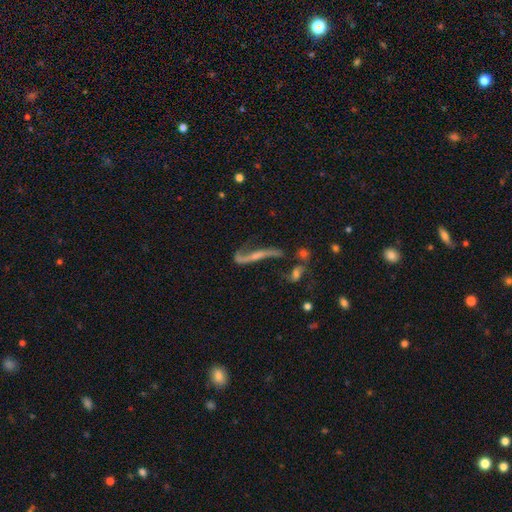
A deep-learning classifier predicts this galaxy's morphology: smooth-or-featured: featured or disk: 73% | smooth: 17% | star or artifact: 11%
  disk-edge-on: no: 61% | yes: 39%
  merging: none: 42% | major disturbance: 23% | minor disturbance: 20% | merger: 15%